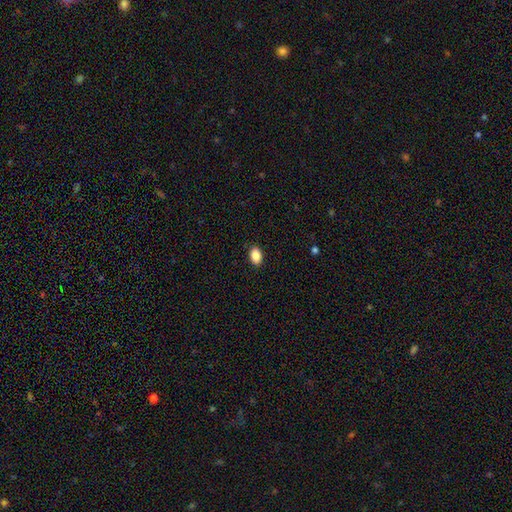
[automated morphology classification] Q: Smooth or featured?
A: smooth (88%); runner-up: star or artifact (8%)
Q: How rounded?
A: in between (88%); runner-up: round (11%)
Q: Merging?
A: none (89%); runner-up: minor disturbance (8%)